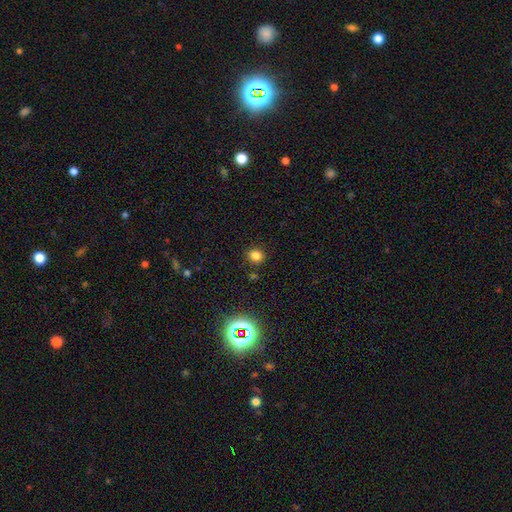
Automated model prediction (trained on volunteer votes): smooth_or_featured: smooth (p=0.78) [alt: star or artifact p=0.17]
how_rounded: round (p=0.73) [alt: in between p=0.26]
merging: none (p=0.85) [alt: minor disturbance p=0.09]